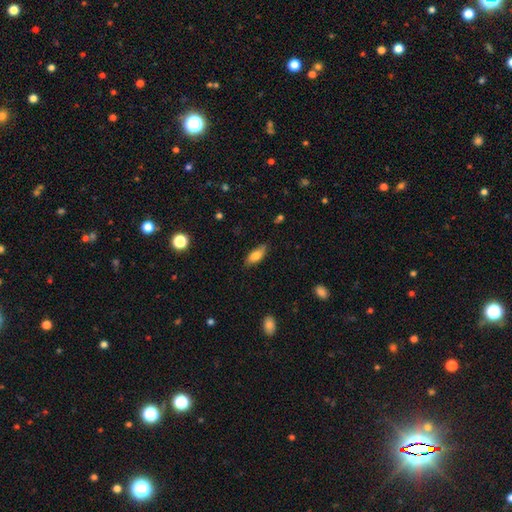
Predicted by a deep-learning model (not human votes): smooth_or_featured: smooth (p=0.79) [alt: featured or disk p=0.14]
how_rounded: in between (p=0.78) [alt: cigar-shaped p=0.20]
merging: none (p=0.80) [alt: minor disturbance p=0.16]